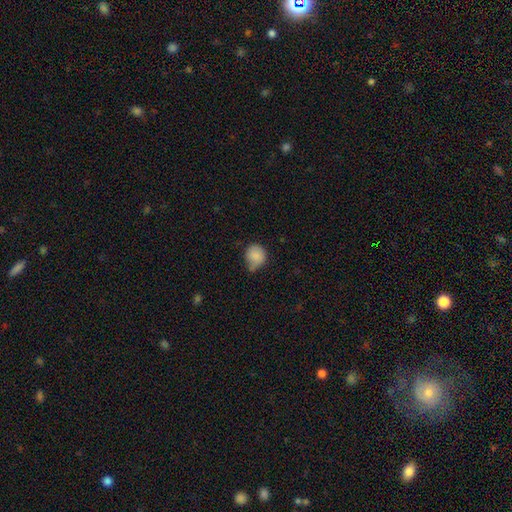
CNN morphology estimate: Smooth or featured? Predicted: smooth (p=0.85). How rounded? Predicted: round (p=0.78). Merging? Predicted: none (p=0.45).